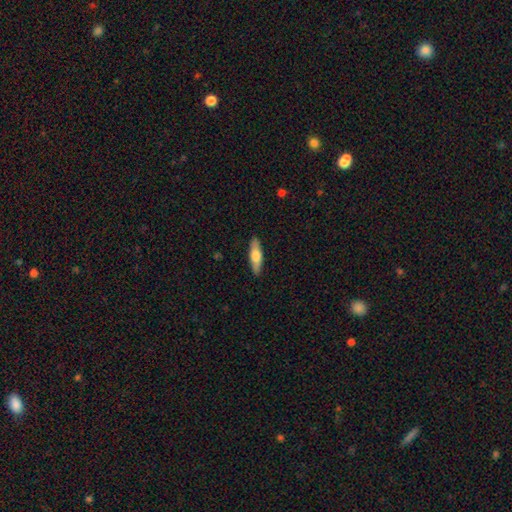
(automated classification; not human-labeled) Overall: smooth (61%; featured or disk 33%). How rounded: cigar-shaped (60%; in between 38%). Merging: none (90%).